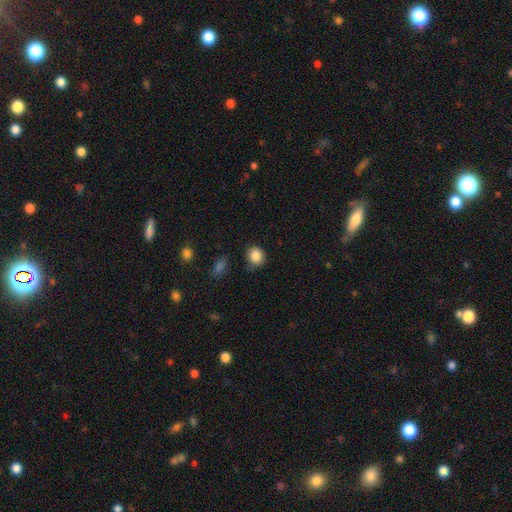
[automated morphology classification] smooth_or_featured: smooth (p=0.86) [alt: star or artifact p=0.09]
how_rounded: round (p=0.74) [alt: in between p=0.25]
merging: none (p=0.75) [alt: minor disturbance p=0.19]